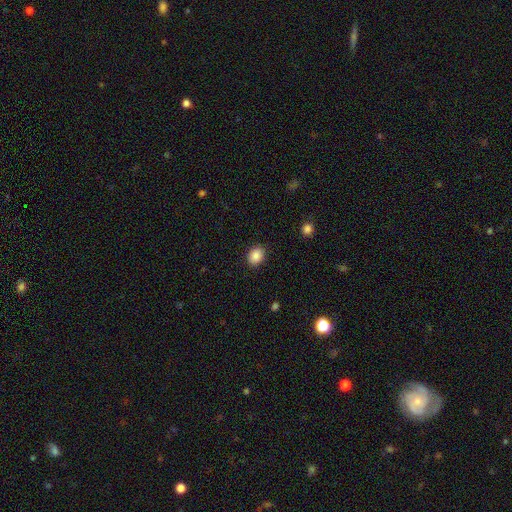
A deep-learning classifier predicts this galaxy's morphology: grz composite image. It shows a smooth galaxy with no disk features (87%) that is in between round and cigar-shaped (55%). Merging: none (88%).